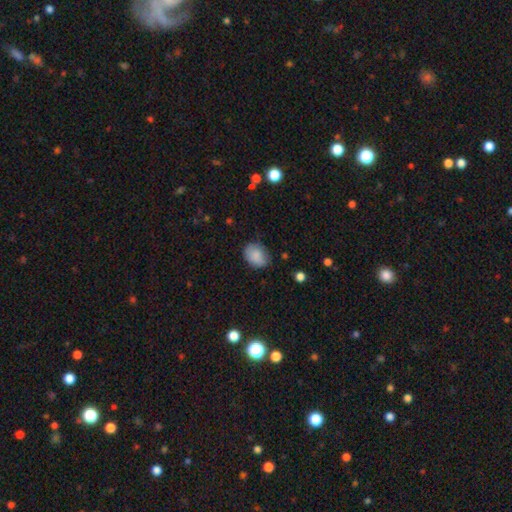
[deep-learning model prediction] smooth_or_featured: smooth (p=0.85) [alt: star or artifact p=0.08]
how_rounded: in between (p=0.65) [alt: round p=0.34]
merging: none (p=0.71) [alt: minor disturbance p=0.23]